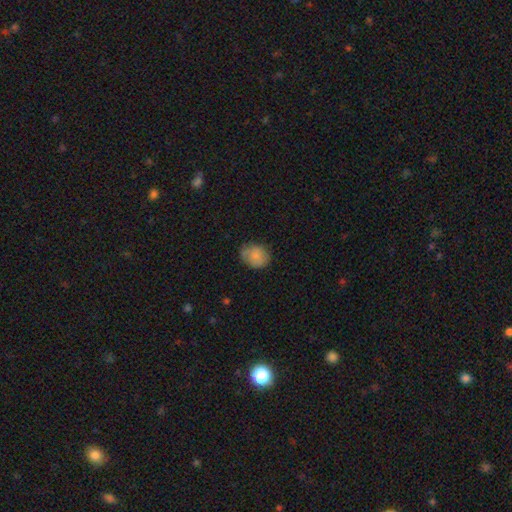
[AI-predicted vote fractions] A smooth galaxy with no disk features (78%) that is round (62%). Merging: none (66%).